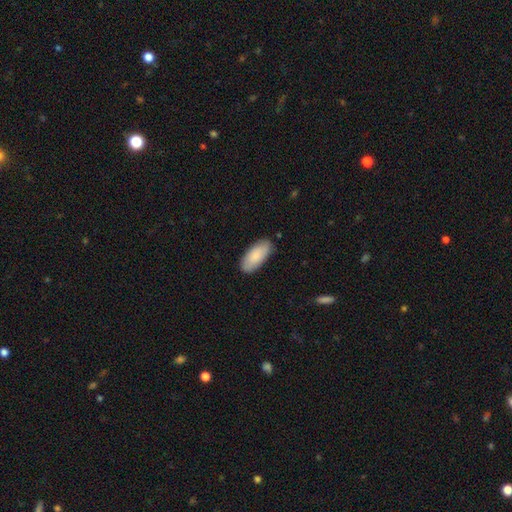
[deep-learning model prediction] Overall: smooth (86%). How rounded: in between (89%). Merging: none (86%).